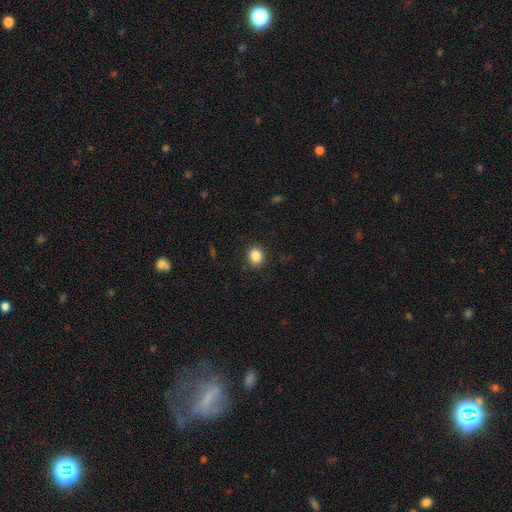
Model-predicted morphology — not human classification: This is clearly a smooth galaxy (85%). How rounded: likely round (61%). Merging: clearly none (88%).